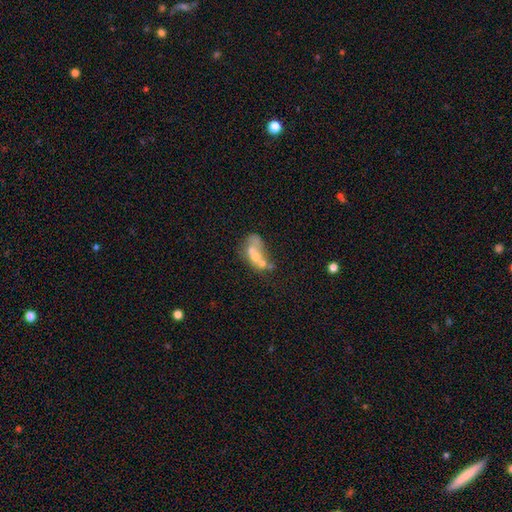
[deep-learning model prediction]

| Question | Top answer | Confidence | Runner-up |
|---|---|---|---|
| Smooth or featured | featured or disk | 45% | smooth (41%) |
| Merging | merger | 54% | none (20%) |